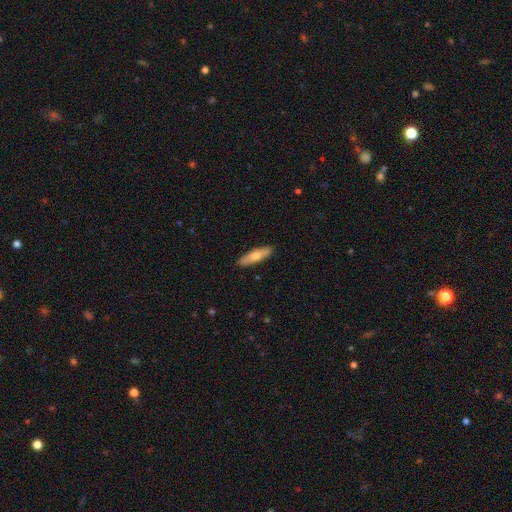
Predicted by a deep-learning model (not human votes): Smooth or featured?
  - smooth: 62% *
  - featured or disk: 32%
  - star or artifact: 6%
How rounded?
  - cigar-shaped: 70% *
  - in between: 29%
  - round: 2%
Merging?
  - none: 90% *
  - minor disturbance: 7%
  - major disturbance: 1%
  - merger: 1%